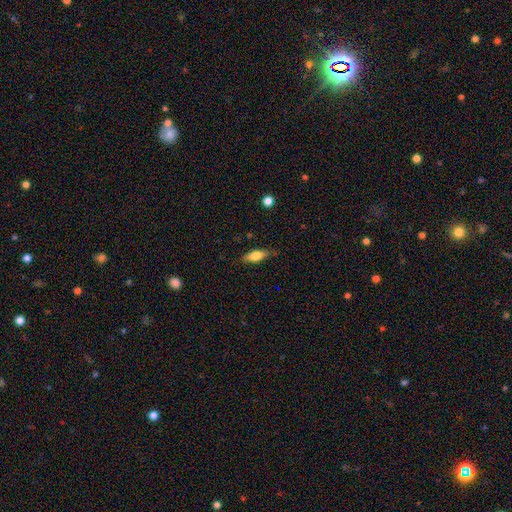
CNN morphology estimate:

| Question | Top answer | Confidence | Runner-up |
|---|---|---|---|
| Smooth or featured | smooth | 72% | featured or disk (21%) |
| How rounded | in between | 64% | cigar-shaped (34%) |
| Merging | none | 78% | minor disturbance (17%) |